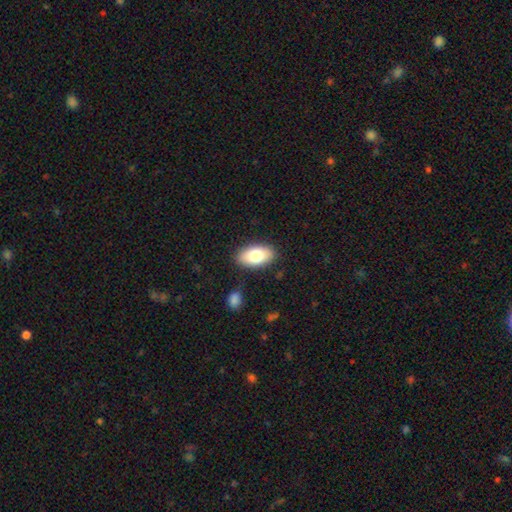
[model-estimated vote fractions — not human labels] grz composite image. It shows a smooth galaxy with no disk features (77%) that is in between round and cigar-shaped (93%). Merging: none (86%).